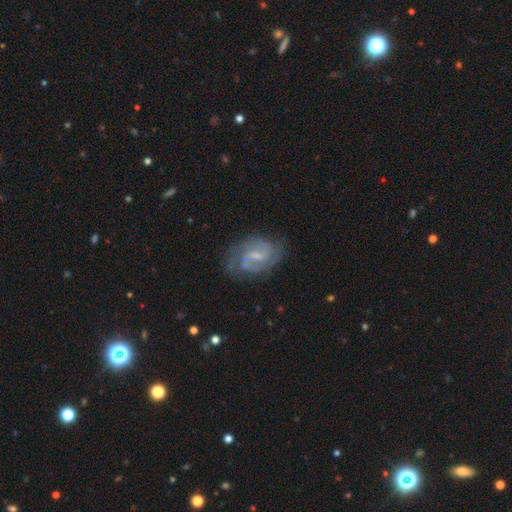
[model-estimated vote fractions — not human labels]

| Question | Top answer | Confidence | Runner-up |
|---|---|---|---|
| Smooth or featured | featured or disk | 85% | smooth (9%) |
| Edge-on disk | no | 97% | yes (3%) |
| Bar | weak | 61% | no (26%) |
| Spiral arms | yes | 96% | no (4%) |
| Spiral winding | medium | 53% | tight (30%) |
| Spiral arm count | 2 | 82% | can't tell (8%) |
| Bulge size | small | 55% | moderate (26%) |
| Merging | none | 75% | minor disturbance (17%) |